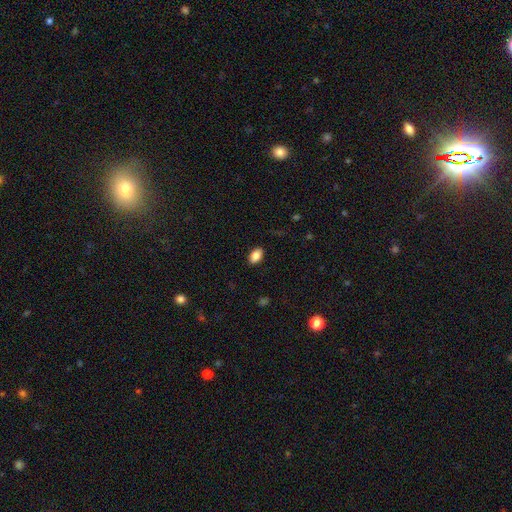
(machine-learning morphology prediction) Smooth or featured: smooth — 86% (star or artifact — 8%)
How rounded: in between — 89% (round — 10%)
Merging: none — 89% (minor disturbance — 8%)